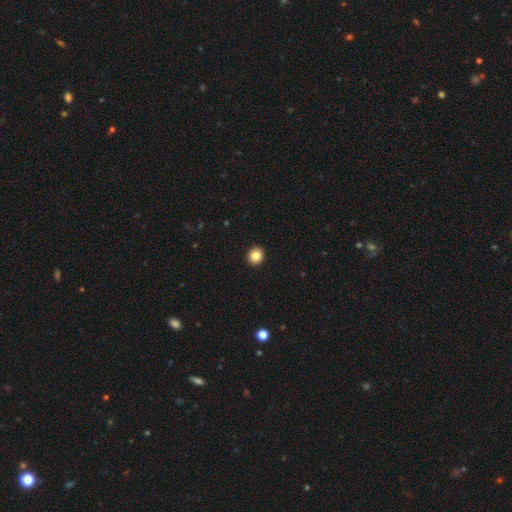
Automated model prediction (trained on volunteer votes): Q: Smooth or featured?
A: smooth (85%); runner-up: star or artifact (10%)
Q: How rounded?
A: round (87%); runner-up: in between (12%)
Q: Merging?
A: none (94%); runner-up: minor disturbance (4%)